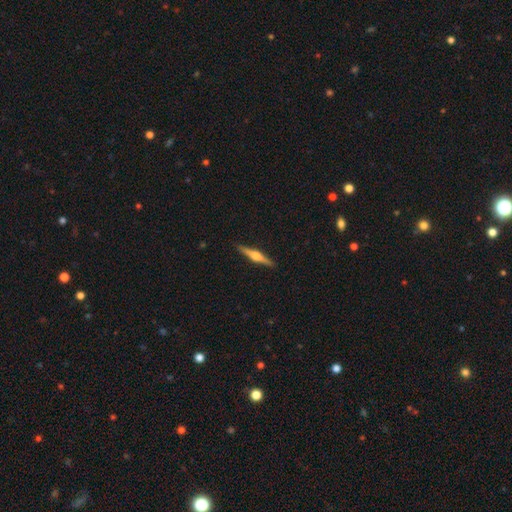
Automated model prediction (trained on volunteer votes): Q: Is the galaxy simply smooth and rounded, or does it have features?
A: featured or disk — 75%.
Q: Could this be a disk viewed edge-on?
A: yes — 98%.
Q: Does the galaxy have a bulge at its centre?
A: rounded — 92%.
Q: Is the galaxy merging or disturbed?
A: none — 92%.